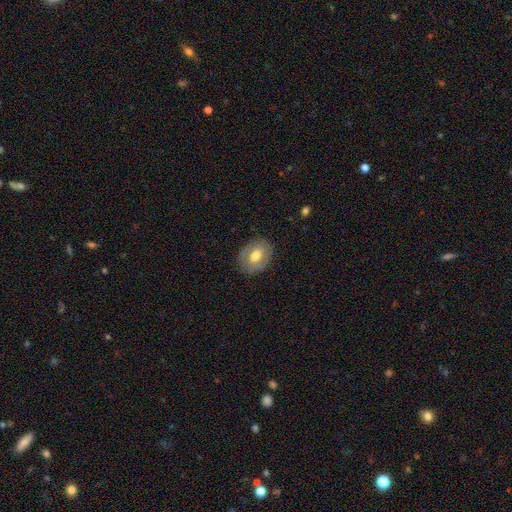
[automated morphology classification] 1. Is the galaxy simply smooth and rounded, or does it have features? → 51% smooth, 42% featured or disk, 7% star or artifact.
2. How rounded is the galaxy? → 69% in between, 30% round, 1% cigar-shaped.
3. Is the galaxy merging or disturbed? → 83% none, 12% minor disturbance, 4% major disturbance, 1% merger.